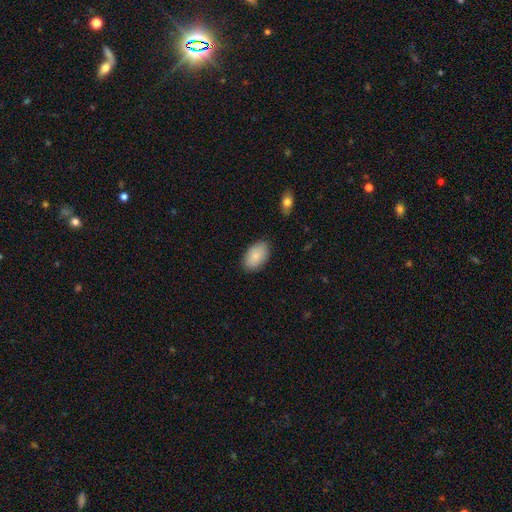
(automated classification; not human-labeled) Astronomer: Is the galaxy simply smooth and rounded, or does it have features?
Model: smooth — 87%.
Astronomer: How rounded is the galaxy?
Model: in between — 94%.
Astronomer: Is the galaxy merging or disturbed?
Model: none — 86%.